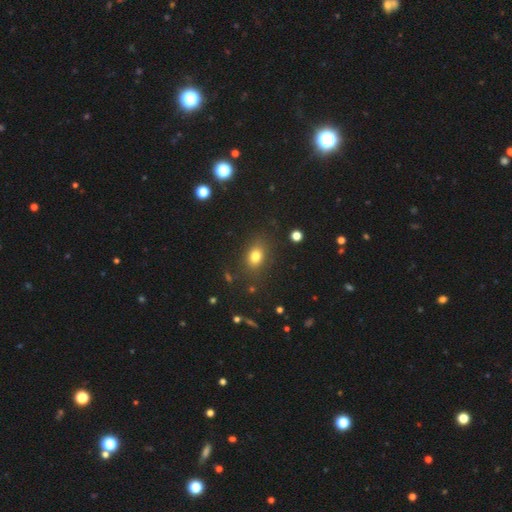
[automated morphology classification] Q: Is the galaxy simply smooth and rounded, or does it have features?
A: smooth — 79%.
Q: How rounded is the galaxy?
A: in between — 65%.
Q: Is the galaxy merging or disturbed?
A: none — 82%.